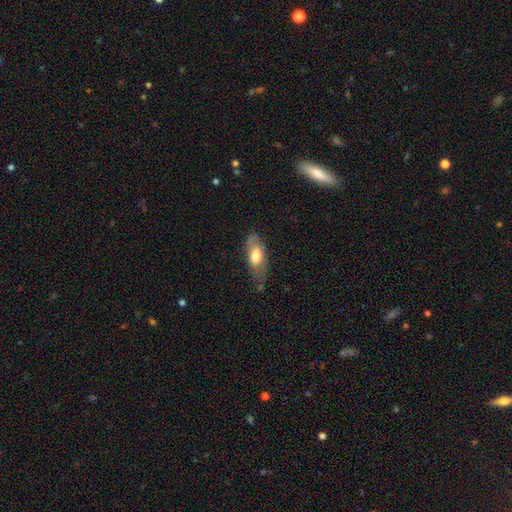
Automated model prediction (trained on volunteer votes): Smooth or featured?
  - smooth: 51% *
  - featured or disk: 43%
  - star or artifact: 6%
How rounded?
  - in between: 79% *
  - cigar-shaped: 17%
  - round: 3%
Merging?
  - none: 56% *
  - minor disturbance: 29%
  - major disturbance: 12%
  - merger: 2%